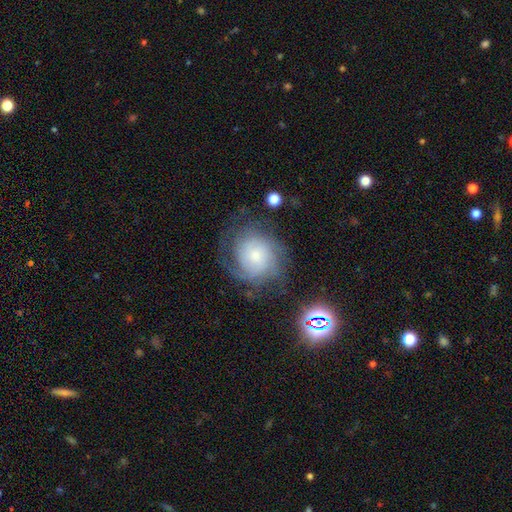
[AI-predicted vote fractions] Smooth or featured? featured or disk (70%)
Edge-on disk? no (97%)
Bar? no (76%)
Spiral arms? yes (92%)
Spiral winding? tight (57%)
Spiral arm count? can't tell (39%)
Bulge size? small (55%)
Merging? none (63%)